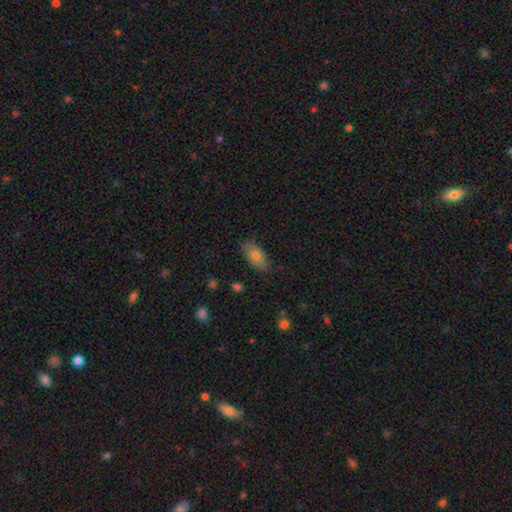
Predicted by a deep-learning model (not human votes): Overall: smooth (73%). How rounded: in between (90%). Merging: none (83%).